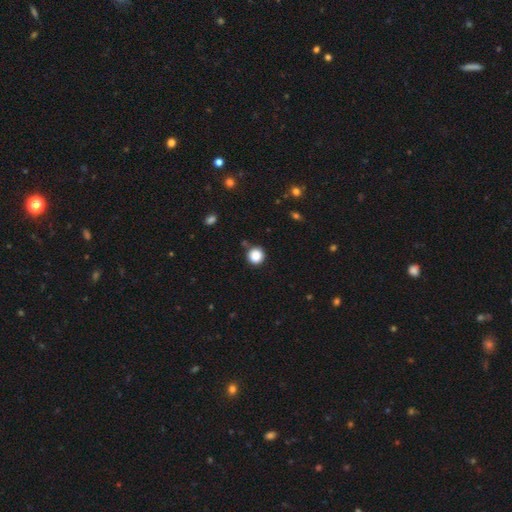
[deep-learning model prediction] smooth 86%, star or artifact 11%, featured or disk 3%. Down the decision tree: how rounded — round (94%); merging — none (85%).